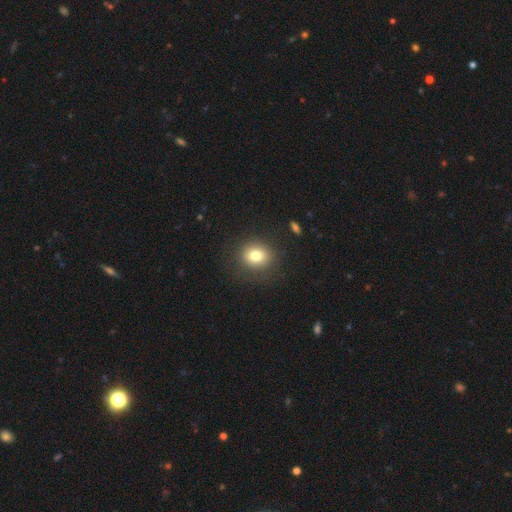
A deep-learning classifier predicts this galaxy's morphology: smooth-or-featured: smooth: 78% | star or artifact: 12% | featured or disk: 10%
  how-rounded: round: 76% | in between: 23% | cigar-shaped: 1%
  merging: none: 85% | minor disturbance: 9% | major disturbance: 4% | merger: 1%